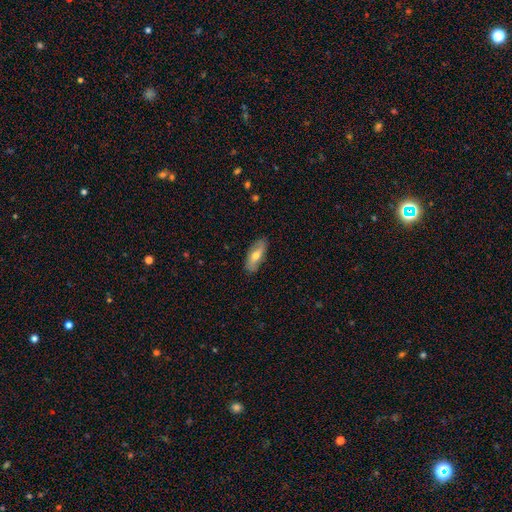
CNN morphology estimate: smooth_or_featured: smooth (p=0.63) [alt: featured or disk p=0.31]
how_rounded: in between (p=0.79) [alt: cigar-shaped p=0.18]
merging: none (p=0.85) [alt: minor disturbance p=0.12]